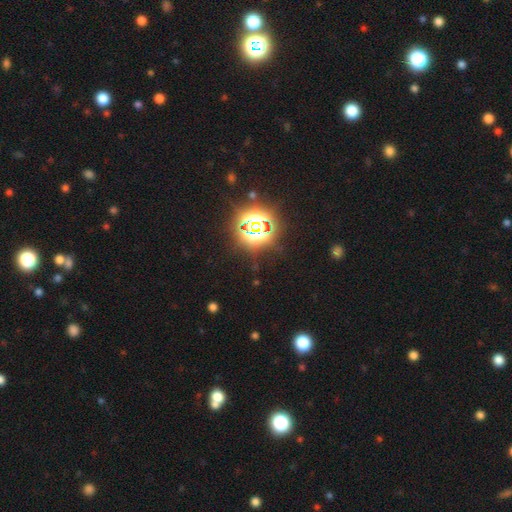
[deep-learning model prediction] smooth-or-featured: star or artifact: 83% | smooth: 11% | featured or disk: 6%